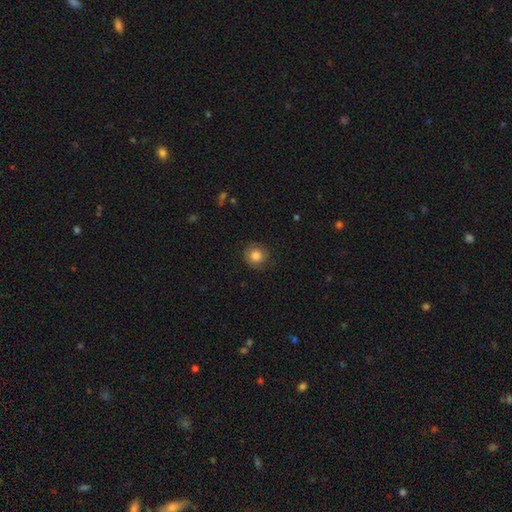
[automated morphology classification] This appears to be a smooth galaxy with no disk features (82%) that is round (88%). Merging: none (82%).